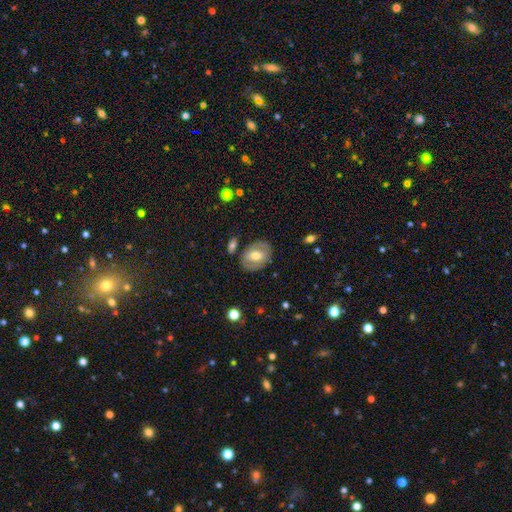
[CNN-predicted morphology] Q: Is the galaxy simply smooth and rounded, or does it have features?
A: smooth — 53%.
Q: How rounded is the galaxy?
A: in between — 70%.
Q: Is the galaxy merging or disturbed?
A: none — 77%.